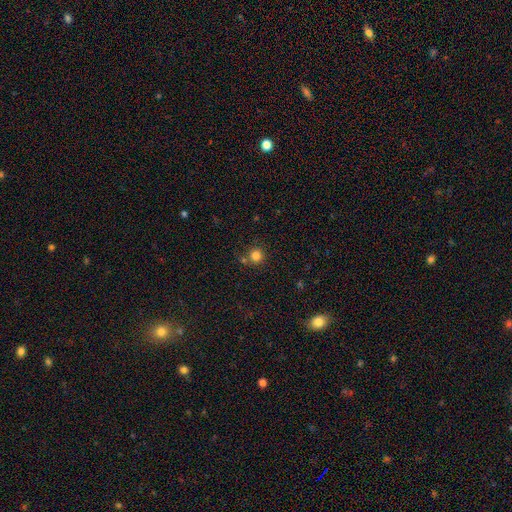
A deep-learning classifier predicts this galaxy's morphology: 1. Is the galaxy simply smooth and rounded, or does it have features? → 83% smooth, 12% star or artifact, 5% featured or disk.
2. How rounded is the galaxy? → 93% round, 6% in between, 1% cigar-shaped.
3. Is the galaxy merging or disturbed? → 73% none, 14% merger, 9% minor disturbance, 3% major disturbance.